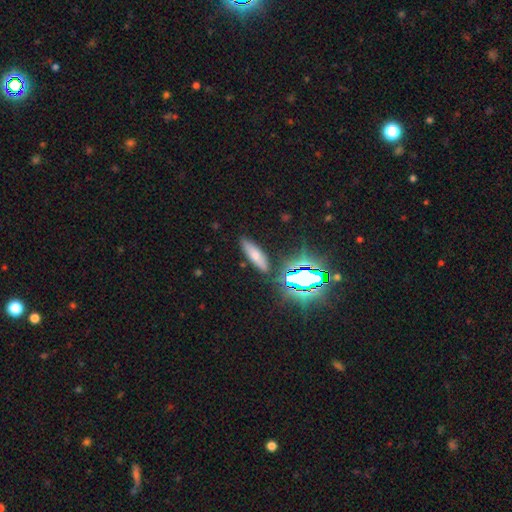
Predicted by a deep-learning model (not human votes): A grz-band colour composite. It shows a smooth galaxy with no disk features (63%) that is cigar-shaped (48%). Merging: none (84%).